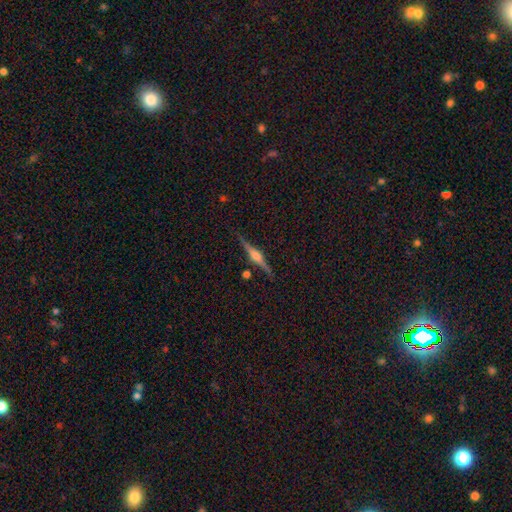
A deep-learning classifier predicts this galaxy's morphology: Smooth or featured?
  - featured or disk: 83% *
  - smooth: 11%
  - star or artifact: 6%
Edge-on disk?
  - yes: 98% *
  - no: 2%
Edge-on bulge?
  - rounded: 88% *
  - boxy: 9%
  - none: 3%
Merging?
  - none: 88% *
  - minor disturbance: 8%
  - merger: 2%
  - major disturbance: 2%